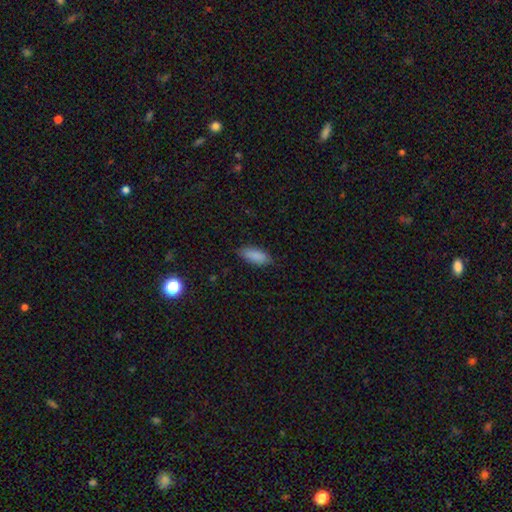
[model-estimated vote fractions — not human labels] The model was most divided on "how rounded": in between: 79%, cigar-shaped: 19%, round: 2%. More confident: smooth or featured — smooth (88%); merging — none (81%).